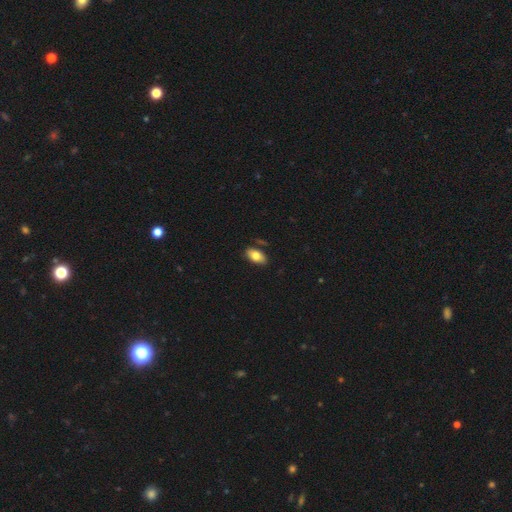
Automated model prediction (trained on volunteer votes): smooth_or_featured: smooth (p=0.80) [alt: featured or disk p=0.13]
how_rounded: in between (p=0.93) [alt: round p=0.04]
merging: none (p=0.83) [alt: minor disturbance p=0.11]